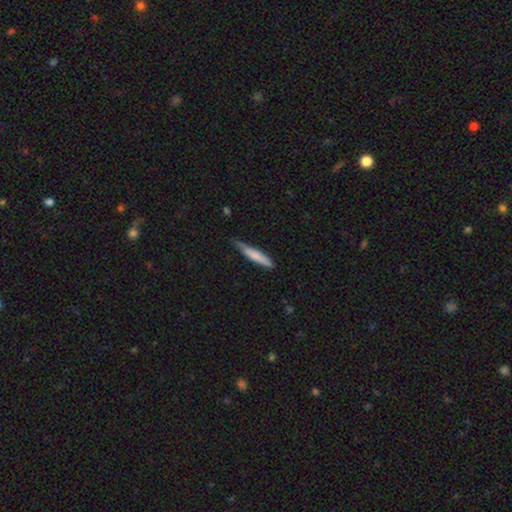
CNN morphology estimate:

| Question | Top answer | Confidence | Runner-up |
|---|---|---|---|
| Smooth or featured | smooth | 74% | featured or disk (21%) |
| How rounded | cigar-shaped | 90% | in between (9%) |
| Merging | none | 69% | minor disturbance (26%) |